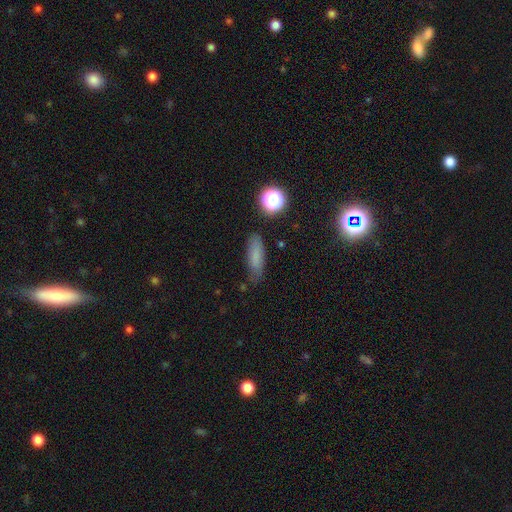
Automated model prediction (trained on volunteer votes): The model was most divided on "how rounded": in between: 49%, cigar-shaped: 47%, round: 4%. More confident: merging — none (80%); smooth or featured — smooth (77%).